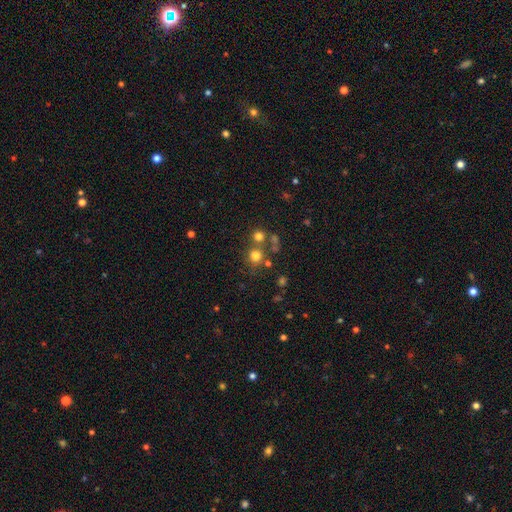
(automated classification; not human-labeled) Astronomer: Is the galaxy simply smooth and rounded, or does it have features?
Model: smooth — 72%.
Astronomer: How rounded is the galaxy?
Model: round — 89%.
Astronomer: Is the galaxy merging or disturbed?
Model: none — 66%.